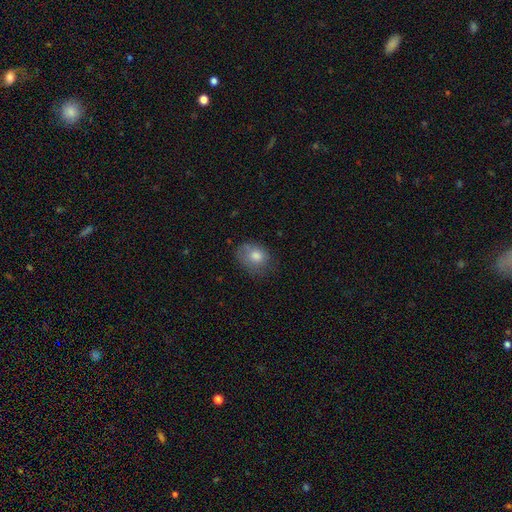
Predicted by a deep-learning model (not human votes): smooth-or-featured: smooth: 74% | featured or disk: 16% | star or artifact: 10%
  how-rounded: in between: 54% | round: 45% | cigar-shaped: 1%
  merging: none: 61% | minor disturbance: 27% | major disturbance: 10% | merger: 2%